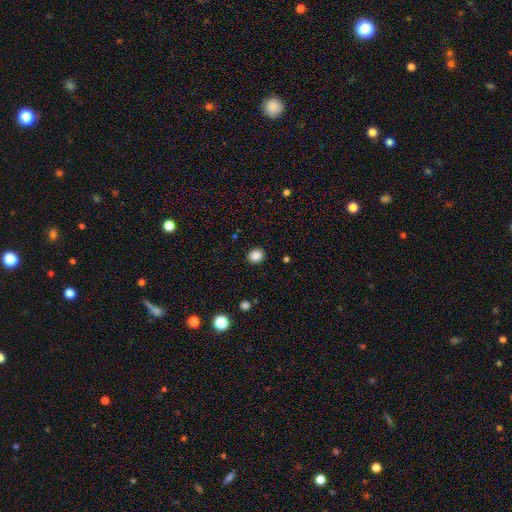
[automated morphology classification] Overall: smooth (87%). How rounded: round (76%). Merging: none (90%).